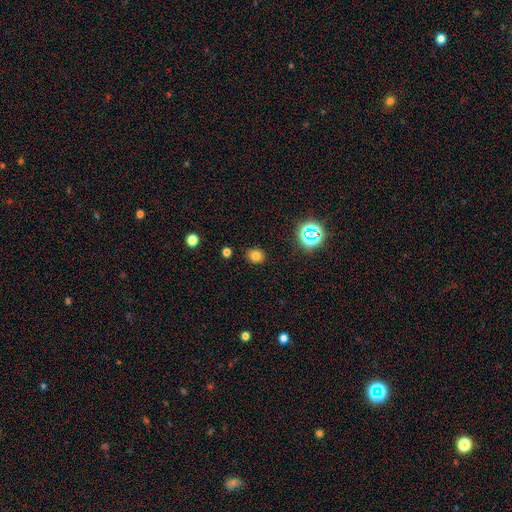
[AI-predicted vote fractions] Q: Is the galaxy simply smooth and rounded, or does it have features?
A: smooth — 76%.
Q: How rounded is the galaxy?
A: round — 68%.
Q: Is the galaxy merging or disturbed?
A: none — 87%.